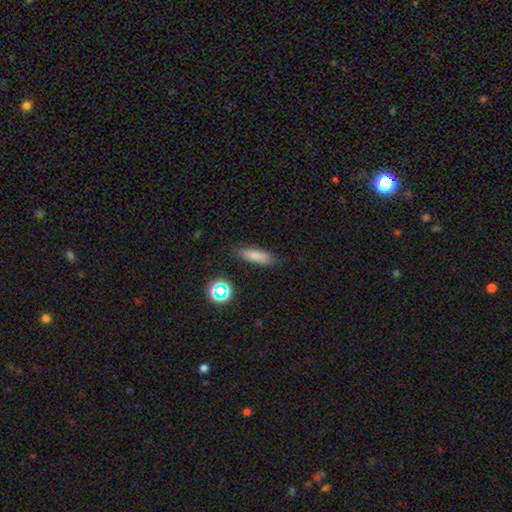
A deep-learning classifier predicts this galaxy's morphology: Smooth or featured? smooth (78%)
How rounded? cigar-shaped (49%)
Merging? none (83%)